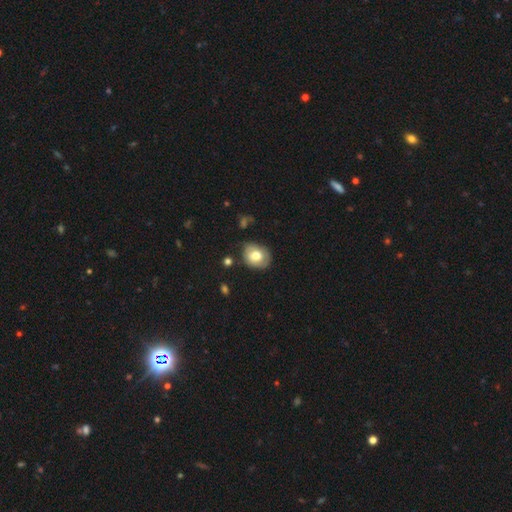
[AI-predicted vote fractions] This is likely a smooth galaxy (73%). How rounded: possibly round (56%). Merging: likely none (69%).